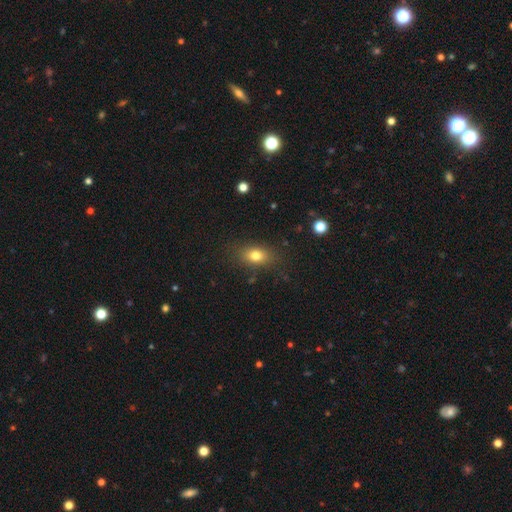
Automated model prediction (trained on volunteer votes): smooth 78%, star or artifact 11%, featured or disk 11%. Down the decision tree: how rounded — in between (75%); merging — none (82%).